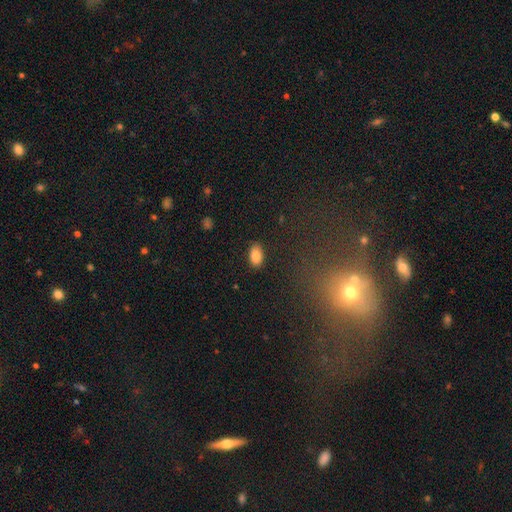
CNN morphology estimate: Smooth or featured: smooth — 85% (star or artifact — 8%)
How rounded: in between — 92% (round — 6%)
Merging: none — 86% (minor disturbance — 10%)